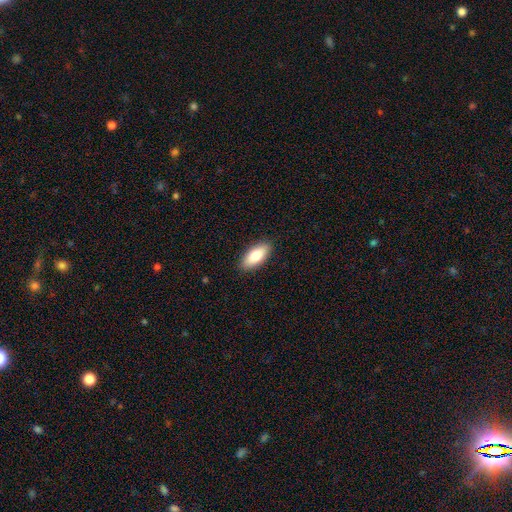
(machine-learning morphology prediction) smooth_or_featured: smooth (p=0.77) [alt: featured or disk p=0.16]
how_rounded: in between (p=0.81) [alt: cigar-shaped p=0.16]
merging: none (p=0.89) [alt: minor disturbance p=0.08]